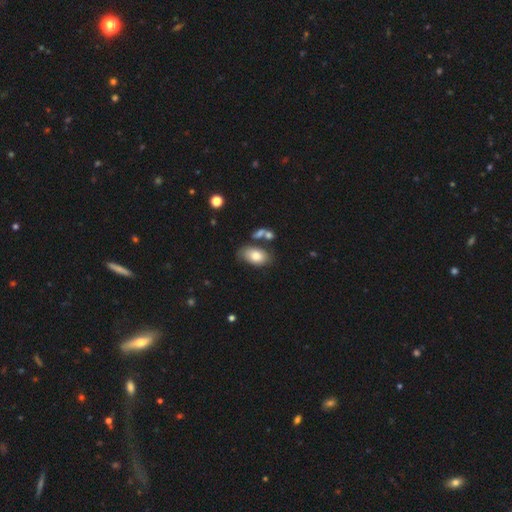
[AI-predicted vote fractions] smooth-or-featured: smooth: 77% | featured or disk: 15% | star or artifact: 7%
  how-rounded: in between: 91% | round: 7% | cigar-shaped: 2%
  merging: none: 60% | minor disturbance: 19% | merger: 14% | major disturbance: 7%